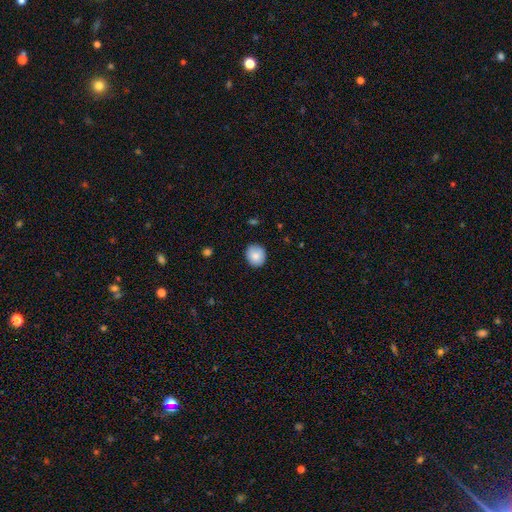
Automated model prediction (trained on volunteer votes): The model was most divided on "how rounded": round: 73%, in between: 26%, cigar-shaped: 1%. More confident: merging — none (86%); smooth or featured — smooth (84%).